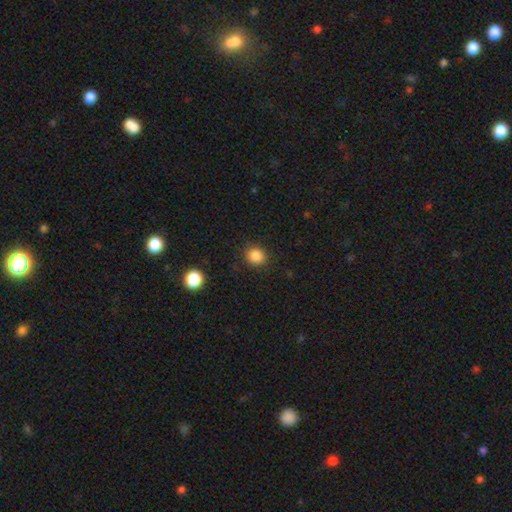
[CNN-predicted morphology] This appears to be a smooth galaxy with no disk features (86%) that is round (83%). Merging: none (89%).